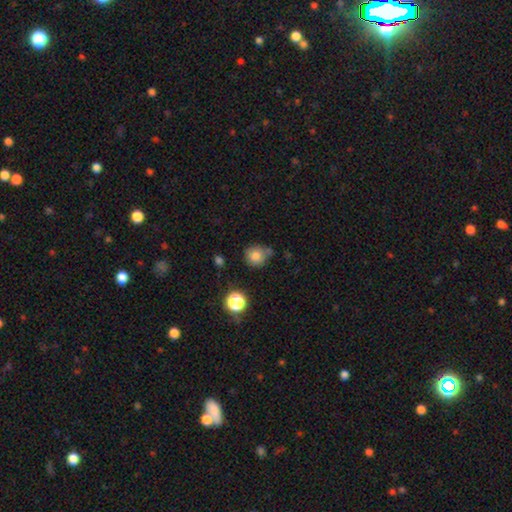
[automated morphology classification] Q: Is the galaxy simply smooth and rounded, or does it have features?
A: smooth — 80%.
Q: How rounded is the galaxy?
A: round — 87%.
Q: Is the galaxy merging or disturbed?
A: none — 64%.